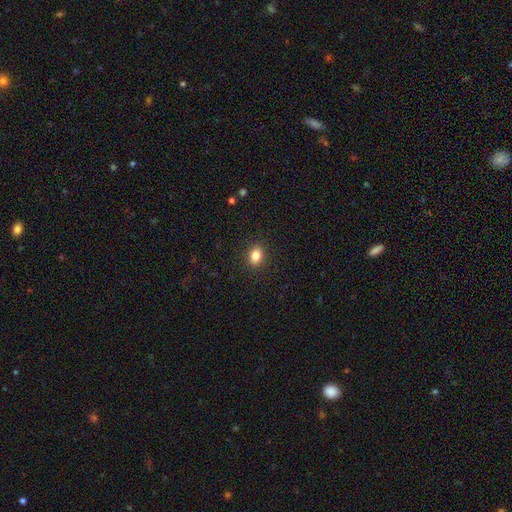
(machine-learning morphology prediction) This appears to be a smooth galaxy with no disk features (83%) that is in between round and cigar-shaped (70%). Merging: none (89%).